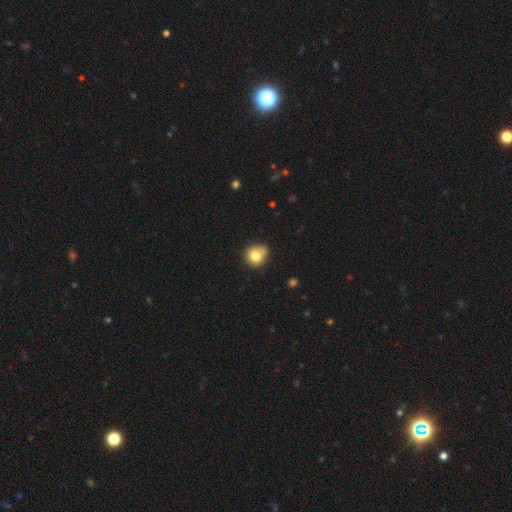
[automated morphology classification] Smooth or featured: smooth — 78% (featured or disk — 11%)
How rounded: round — 89% (in between — 10%)
Merging: none — 66% (minor disturbance — 21%)